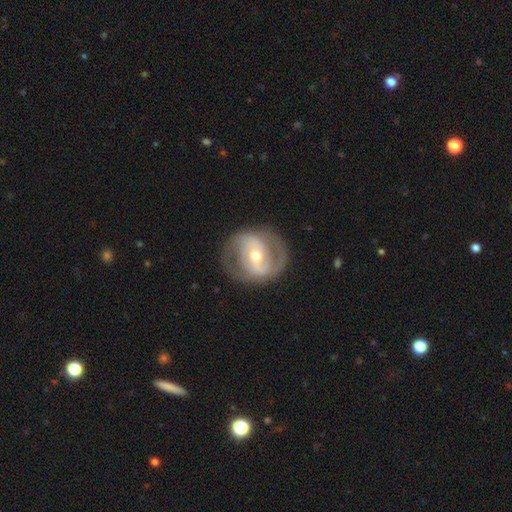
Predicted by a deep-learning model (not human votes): featured or disk 82%, smooth 13%, star or artifact 5%. Down the decision tree: edge-on disk — no (97%); bar — weak (38%); spiral arms — yes (86%); spiral arm count — 2 (84%); spiral winding — medium (48%); bulge size — moderate (54%); merging — none (77%).